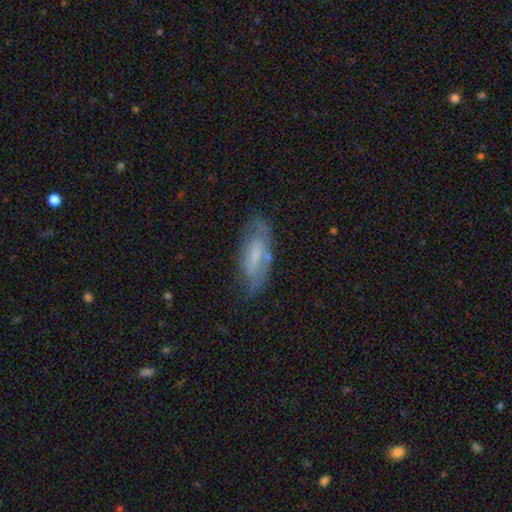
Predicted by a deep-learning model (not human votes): Smooth or featured? Predicted: featured or disk (p=0.48). Merging? Predicted: none (p=0.62).